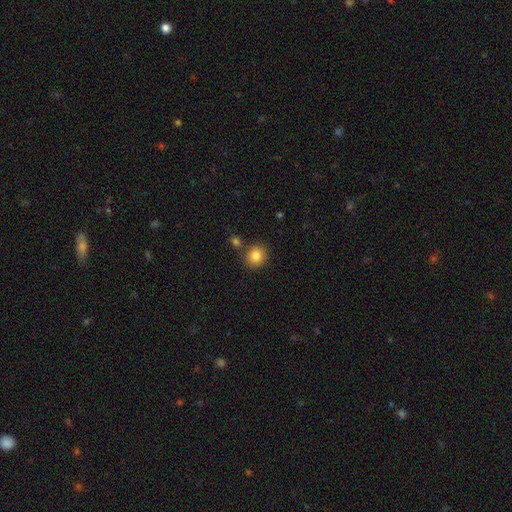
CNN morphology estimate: smooth 84%, star or artifact 10%, featured or disk 6%. Down the decision tree: how rounded — round (86%); merging — none (79%).